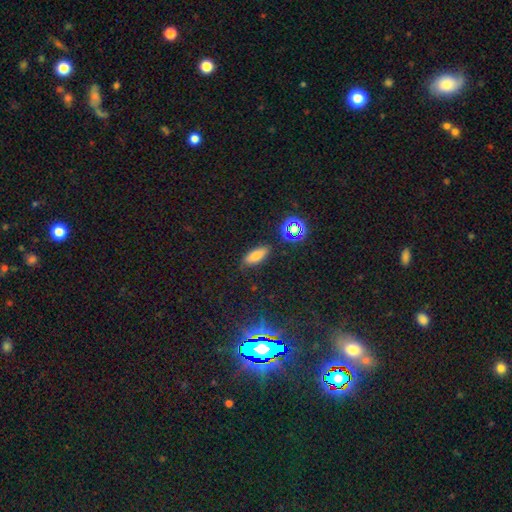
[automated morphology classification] smooth 73%, star or artifact 16%, featured or disk 11%. Down the decision tree: how rounded — in between (74%); merging — none (84%).